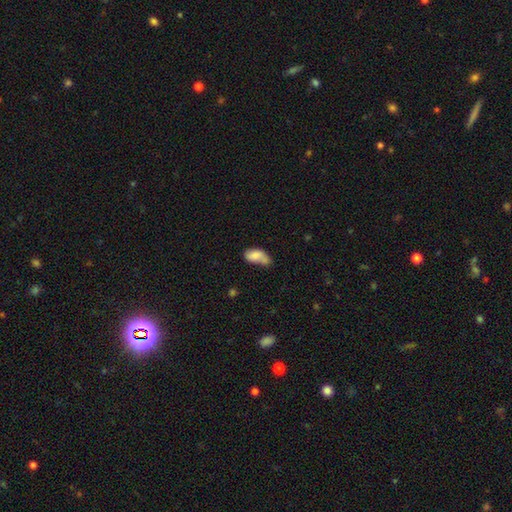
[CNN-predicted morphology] A smooth galaxy with no disk features (77%) that is in between round and cigar-shaped (90%). Merging: minor disturbance (32%).